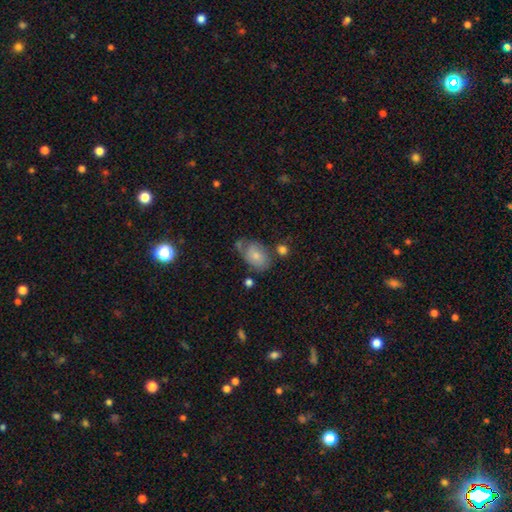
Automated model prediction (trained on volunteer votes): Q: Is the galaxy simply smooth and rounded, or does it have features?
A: smooth — 64%.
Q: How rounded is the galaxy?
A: in between — 81%.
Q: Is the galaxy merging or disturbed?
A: none — 46%.